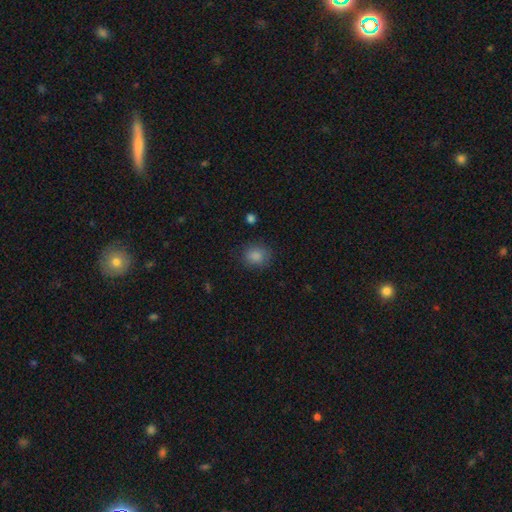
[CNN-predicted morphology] A smooth galaxy with no disk features (85%) that is round (71%). Merging: none (82%).